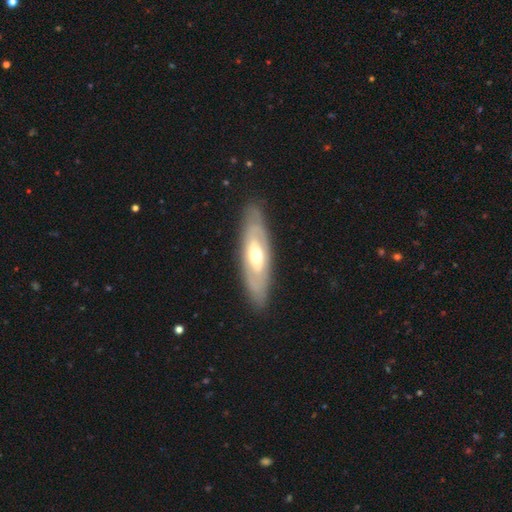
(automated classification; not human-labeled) smooth-or-featured: featured or disk: 61% | smooth: 35% | star or artifact: 5%
  disk-edge-on: no: 73% | yes: 27%
  merging: none: 84% | minor disturbance: 11% | major disturbance: 3% | merger: 1%